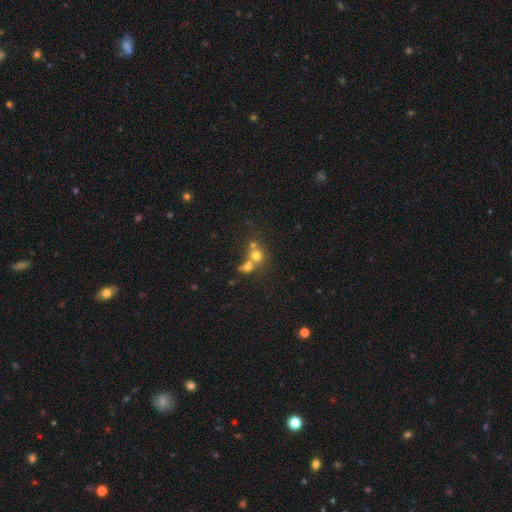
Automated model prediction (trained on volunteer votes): Smooth or featured?
  - smooth: 65% *
  - featured or disk: 19%
  - star or artifact: 16%
How rounded?
  - round: 79% *
  - in between: 20%
  - cigar-shaped: 1%
Merging?
  - merger: 58% *
  - none: 31%
  - minor disturbance: 6%
  - major disturbance: 5%